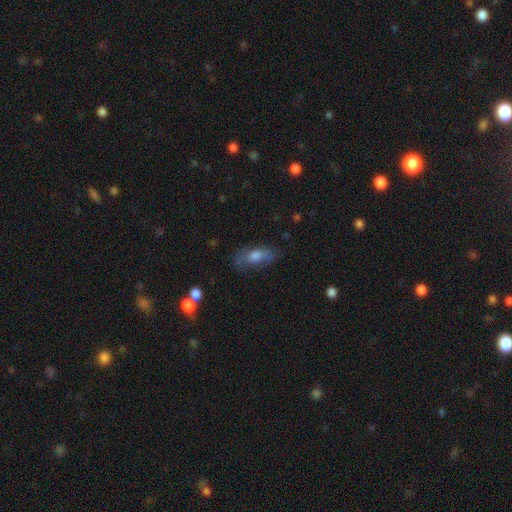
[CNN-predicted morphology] A smooth galaxy with no disk features (61%) that is in between round and cigar-shaped (77%).

Vote fractions:
- Smooth or featured? smooth: 61% / featured or disk: 29% / star or artifact: 9%
- How rounded? in between: 77% / cigar-shaped: 17% / round: 5%
- Merging? none: 61% / minor disturbance: 25% / major disturbance: 11% / merger: 3%